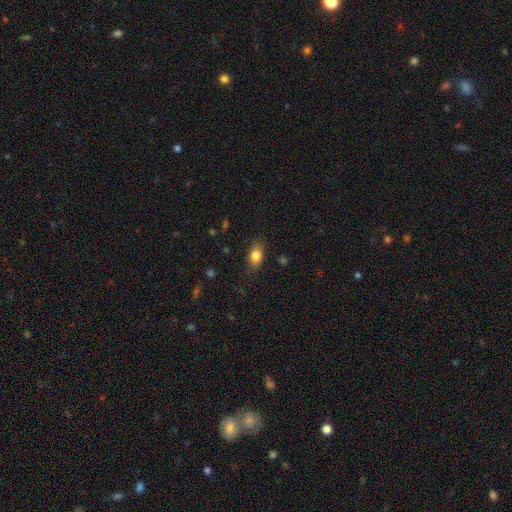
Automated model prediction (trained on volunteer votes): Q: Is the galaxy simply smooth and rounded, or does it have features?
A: smooth — 82%.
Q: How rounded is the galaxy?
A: in between — 82%.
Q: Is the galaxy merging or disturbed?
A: none — 83%.